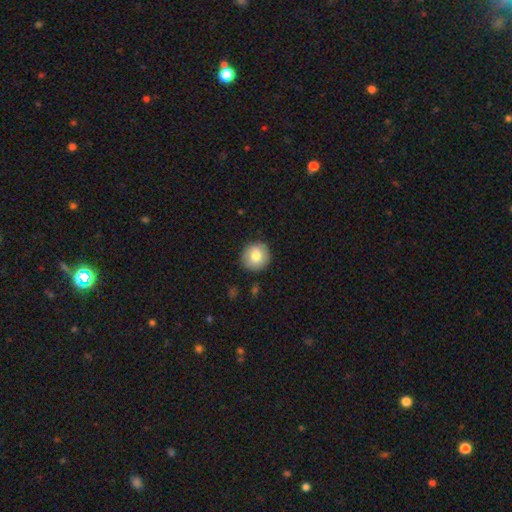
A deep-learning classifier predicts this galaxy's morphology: Overall: smooth (78%). How rounded: round (92%). Merging: none (89%).